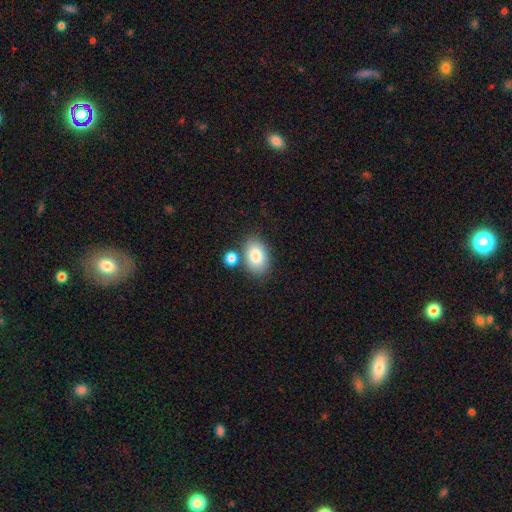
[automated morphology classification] Smooth or featured?
  - smooth: 82% *
  - featured or disk: 10%
  - star or artifact: 7%
How rounded?
  - in between: 89% *
  - round: 10%
  - cigar-shaped: 1%
Merging?
  - none: 72% *
  - merger: 13%
  - minor disturbance: 12%
  - major disturbance: 3%